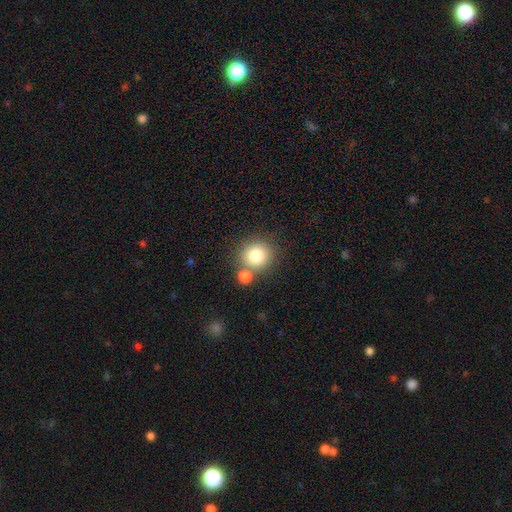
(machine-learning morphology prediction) type=smooth (80%); roundness=round (89%); merging=none (68%).